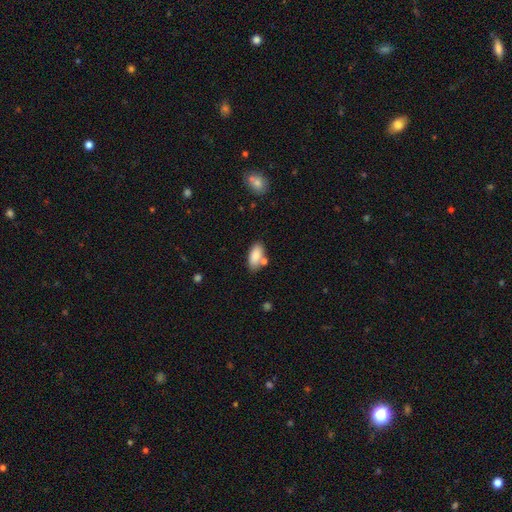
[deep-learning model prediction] smooth-or-featured: smooth: 84% | featured or disk: 9% | star or artifact: 7%
  how-rounded: in between: 90% | cigar-shaped: 7% | round: 3%
  merging: none: 67% | merger: 15% | minor disturbance: 14% | major disturbance: 4%